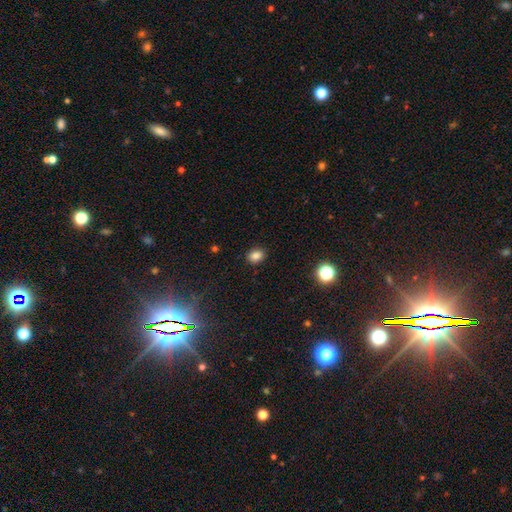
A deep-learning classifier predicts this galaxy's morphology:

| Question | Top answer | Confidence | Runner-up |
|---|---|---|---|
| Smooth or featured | smooth | 83% | star or artifact (12%) |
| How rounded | in between | 52% | round (47%) |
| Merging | none | 87% | minor disturbance (9%) |